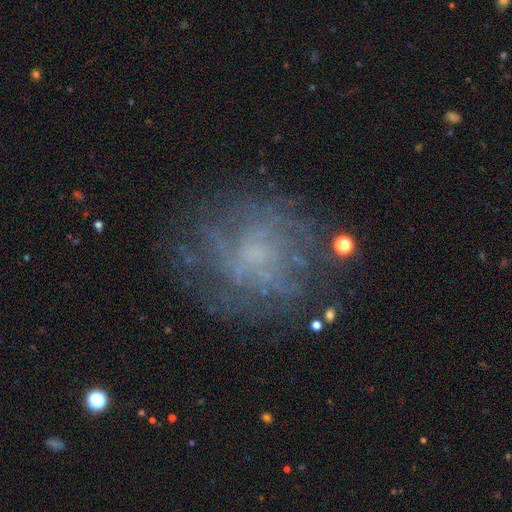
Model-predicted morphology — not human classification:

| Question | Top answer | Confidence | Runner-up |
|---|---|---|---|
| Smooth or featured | featured or disk | 65% | smooth (19%) |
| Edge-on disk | no | 97% | yes (3%) |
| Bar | no | 78% | weak (19%) |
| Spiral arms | yes | 65% | no (35%) |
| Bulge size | none | 42% | small (35%) |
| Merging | none | 71% | minor disturbance (14%) |